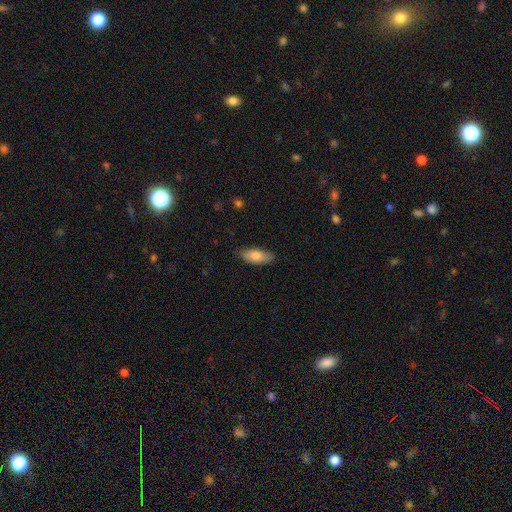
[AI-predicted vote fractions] Overall: smooth (82%). How rounded: in between (78%). Merging: none (83%).